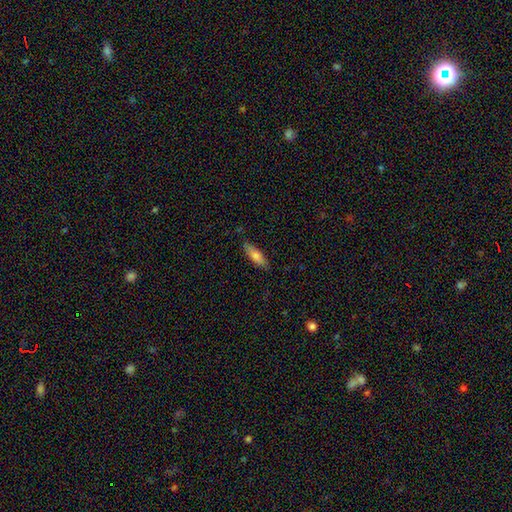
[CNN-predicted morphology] Q: Smooth or featured?
A: smooth (75%); runner-up: featured or disk (19%)
Q: How rounded?
A: in between (49%); tied with: cigar-shaped (49%)
Q: Merging?
A: none (83%); runner-up: minor disturbance (13%)